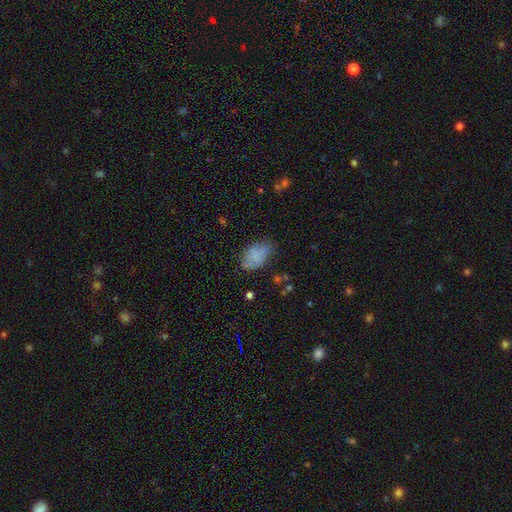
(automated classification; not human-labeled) Overall: smooth (75%). How rounded: in between (92%). Merging: none (59%; minor disturbance 29%).